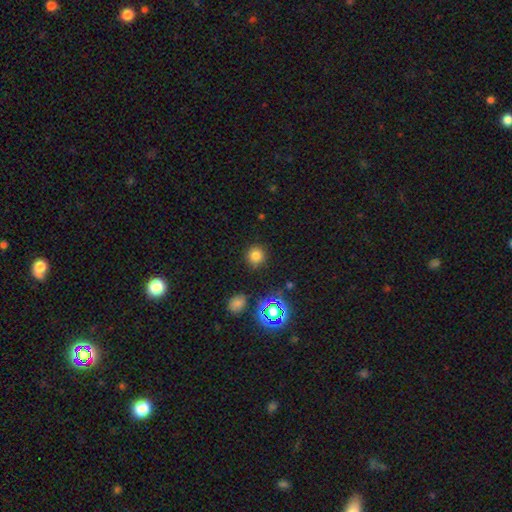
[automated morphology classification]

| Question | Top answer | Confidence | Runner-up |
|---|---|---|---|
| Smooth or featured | smooth | 76% | star or artifact (19%) |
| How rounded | round | 92% | in between (7%) |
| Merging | none | 88% | minor disturbance (8%) |